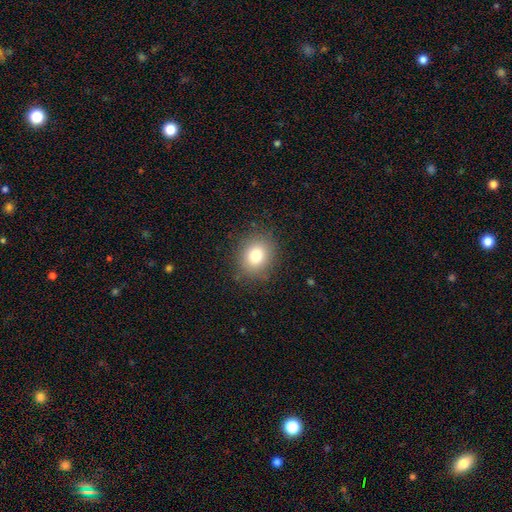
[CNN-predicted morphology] A smooth galaxy with no disk features (78%) that is round (69%).

Vote fractions:
- Smooth or featured? smooth: 78% / star or artifact: 12% / featured or disk: 10%
- How rounded? round: 69% / in between: 30% / cigar-shaped: 1%
- Merging? none: 85% / minor disturbance: 10% / major disturbance: 4% / merger: 1%